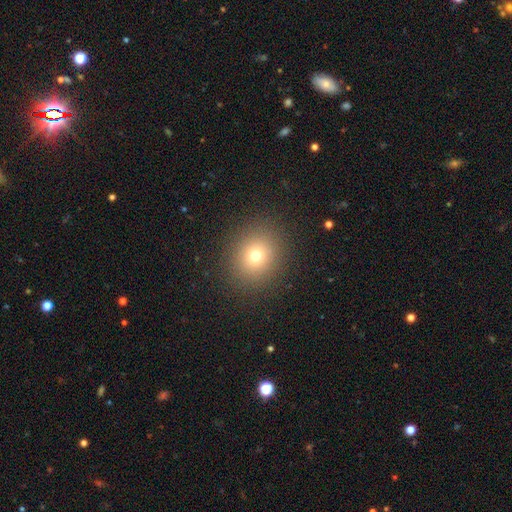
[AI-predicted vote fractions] A smooth galaxy with no disk features (73%) that is round (71%).

Vote fractions:
- Smooth or featured? smooth: 73% / star or artifact: 17% / featured or disk: 10%
- How rounded? round: 71% / in between: 28% / cigar-shaped: 1%
- Merging? none: 89% / minor disturbance: 7% / major disturbance: 3% / merger: 1%